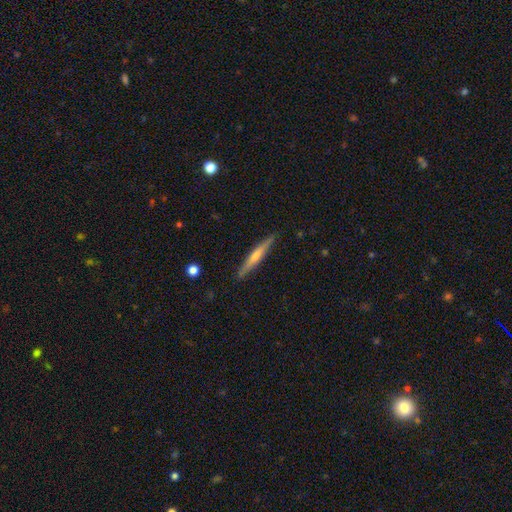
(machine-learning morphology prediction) Smooth or featured: featured or disk — 60% (smooth — 34%)
Edge-on disk: yes — 97% (no — 3%)
Edge-on bulge: rounded — 70% (none — 23%)
Merging: none — 90% (minor disturbance — 7%)